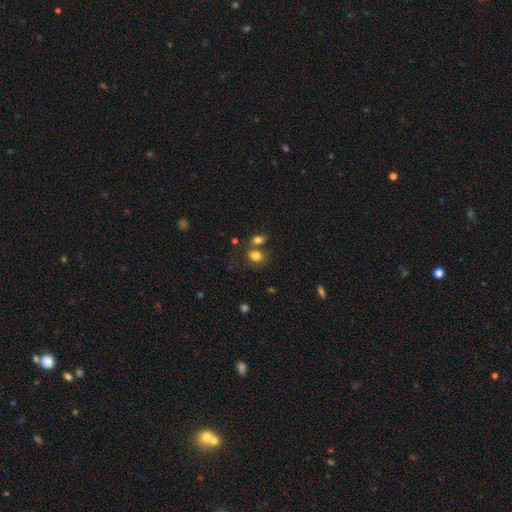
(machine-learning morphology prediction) Smooth or featured: smooth — 80% (star or artifact — 11%)
How rounded: in between — 57% (round — 42%)
Merging: none — 53% (merger — 31%)